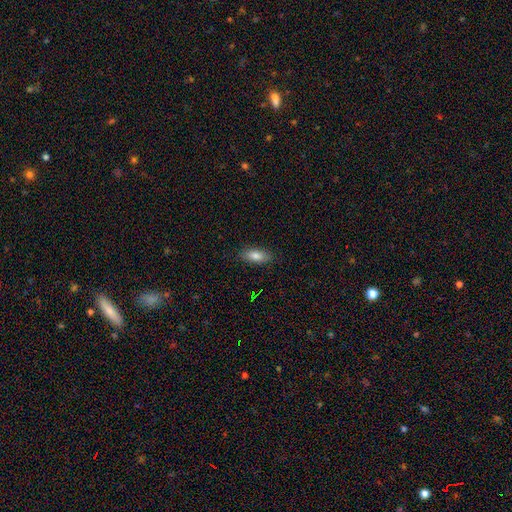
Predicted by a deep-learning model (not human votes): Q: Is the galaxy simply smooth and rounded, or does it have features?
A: smooth — 82%.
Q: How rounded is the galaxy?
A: in between — 82%.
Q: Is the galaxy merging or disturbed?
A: none — 87%.